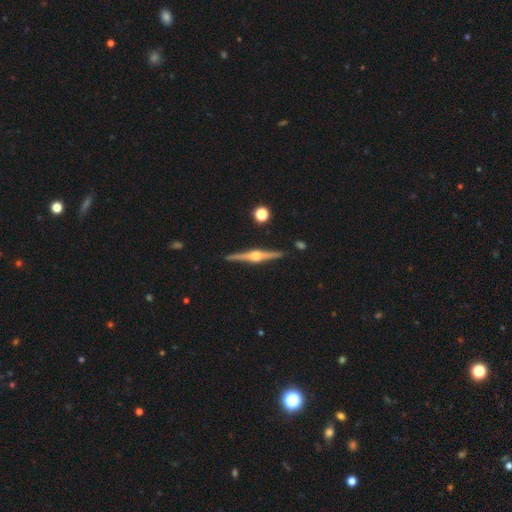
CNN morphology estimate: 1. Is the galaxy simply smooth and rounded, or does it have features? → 86% featured or disk, 9% smooth, 5% star or artifact.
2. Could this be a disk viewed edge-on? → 98% yes, 2% no.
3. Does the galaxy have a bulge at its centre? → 92% rounded, 6% boxy, 2% none.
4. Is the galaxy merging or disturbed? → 91% none, 6% minor disturbance, 1% merger, 1% major disturbance.